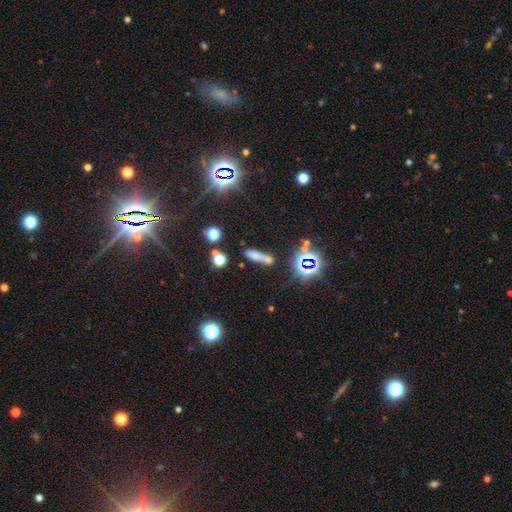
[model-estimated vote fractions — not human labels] Smooth or featured? smooth (59%)
How rounded? cigar-shaped (67%)
Merging? none (55%)